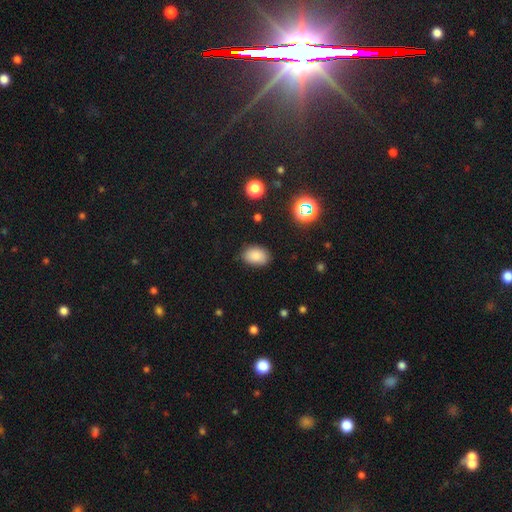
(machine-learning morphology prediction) Q: Smooth or featured?
A: smooth (83%); runner-up: star or artifact (11%)
Q: How rounded?
A: in between (83%); runner-up: round (16%)
Q: Merging?
A: none (81%); runner-up: minor disturbance (14%)